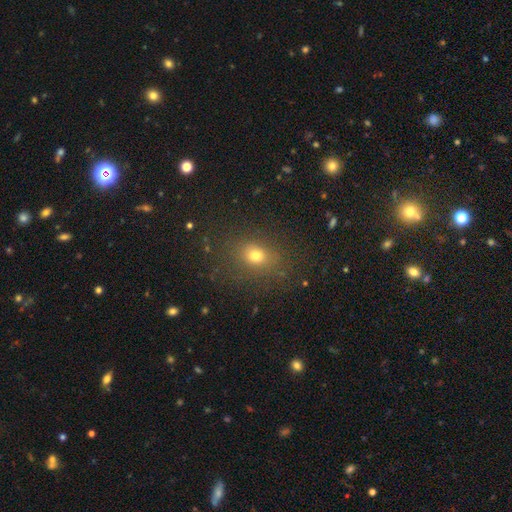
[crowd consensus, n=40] This is clearly a smooth galaxy (85%). How rounded: possibly round (56%). Merging: clearly none (87%).